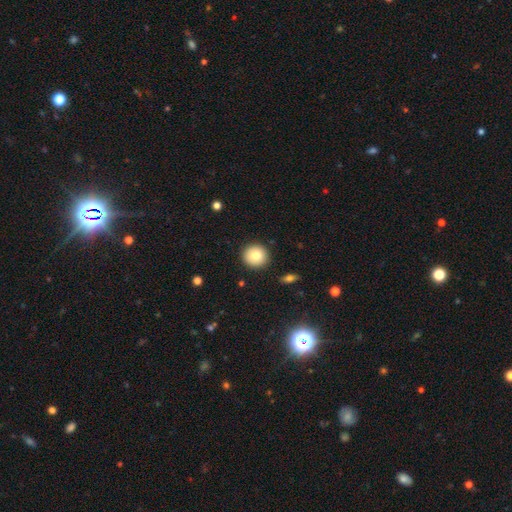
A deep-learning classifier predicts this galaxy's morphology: A smooth galaxy with no disk features (81%) that is round (93%).

Vote fractions:
- Smooth or featured? smooth: 81% / featured or disk: 10% / star or artifact: 9%
- How rounded? round: 93% / in between: 6% / cigar-shaped: 1%
- Merging? none: 91% / minor disturbance: 6% / major disturbance: 2% / merger: 1%